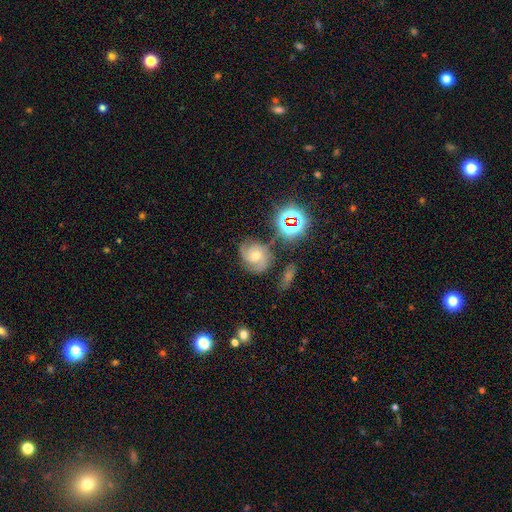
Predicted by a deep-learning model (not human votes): Overall: featured or disk (66%). Edge-on disk: no (97%). Bar: no (69%). Spiral arms: yes (93%). Spiral arm count: 3 (38%; 2 30%). Spiral winding: tight (54%; medium 37%). Bulge size: moderate (65%; small 30%). Merging: none (69%).